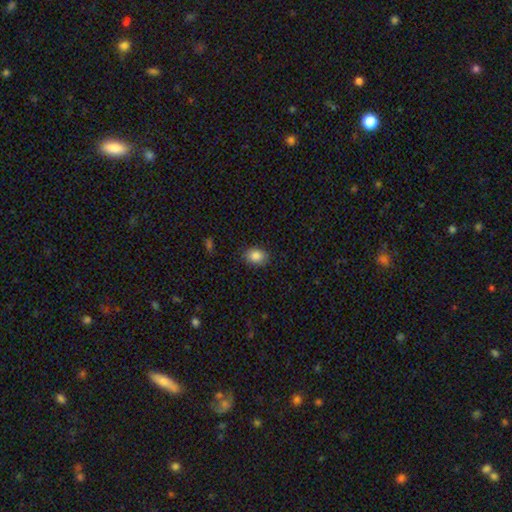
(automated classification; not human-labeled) This appears to be a smooth galaxy with no disk features (86%) that is in between round and cigar-shaped (69%). Merging: none (86%).